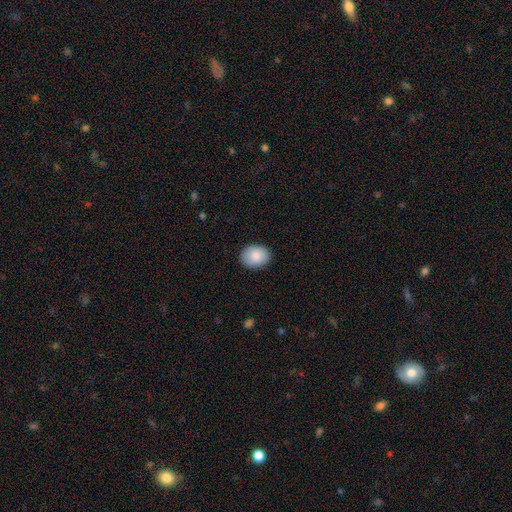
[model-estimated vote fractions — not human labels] Overall: smooth (86%). How rounded: in between (57%; round 42%). Merging: none (88%).